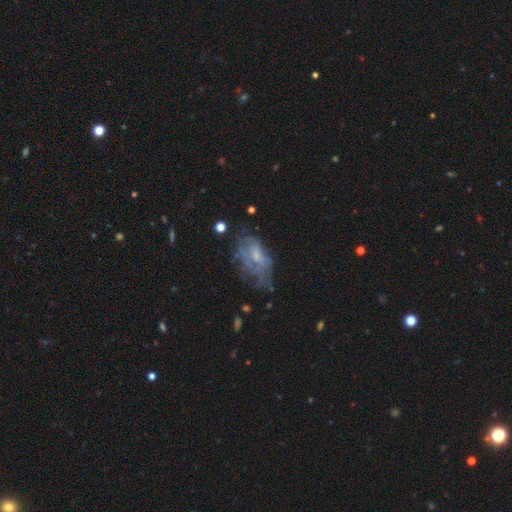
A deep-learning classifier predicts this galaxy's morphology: Overall: featured or disk (59%; smooth 30%). Edge-on disk: no (94%). Bar: no (66%; weak 29%). Spiral arms: yes (54%; no 46%). Bulge size: small (43%; moderate 30%). Merging: none (46%; minor disturbance 27%).